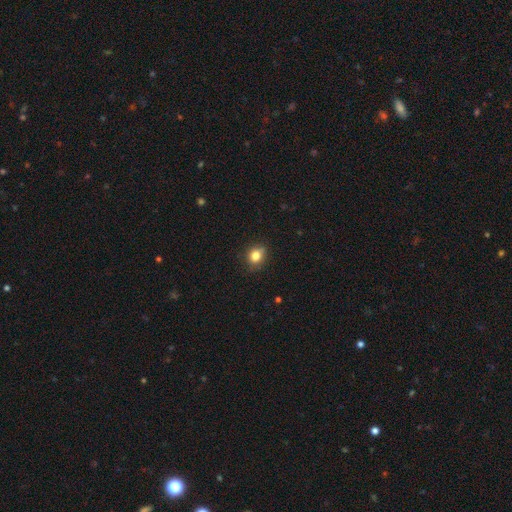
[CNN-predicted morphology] This is clearly a smooth galaxy (82%). How rounded: possibly round (58%). Merging: likely none (78%).